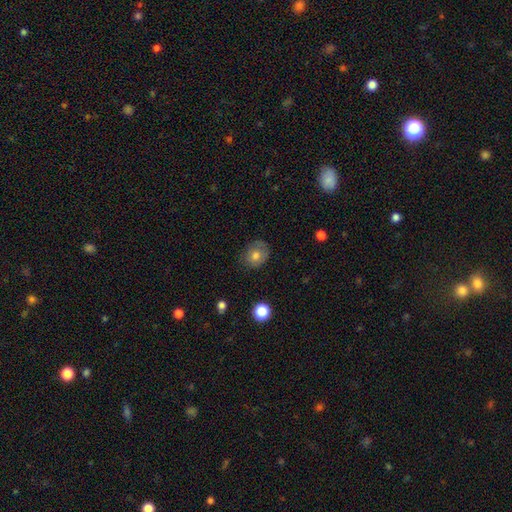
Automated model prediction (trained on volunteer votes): Morphology: type=smooth (71%); roundness=round (65%); merging=none (69%).